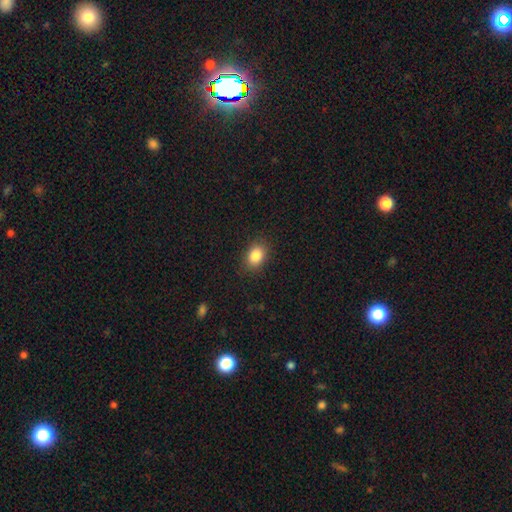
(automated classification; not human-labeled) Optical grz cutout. It shows a smooth galaxy with no disk features (85%) that is in between round and cigar-shaped (69%). Merging: none (87%).